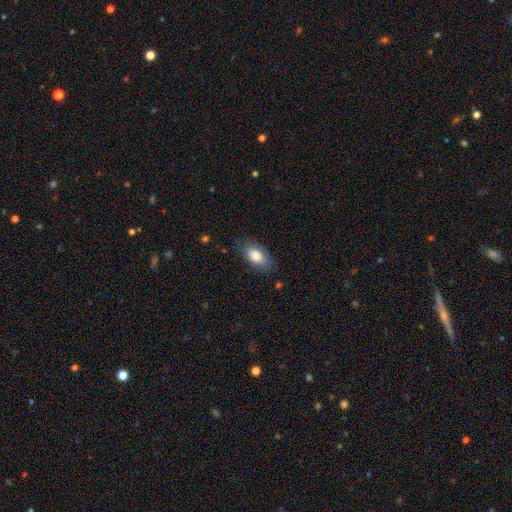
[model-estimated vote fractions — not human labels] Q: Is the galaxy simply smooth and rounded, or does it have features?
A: smooth — 83%.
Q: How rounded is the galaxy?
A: in between — 91%.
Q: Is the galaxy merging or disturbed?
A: none — 80%.